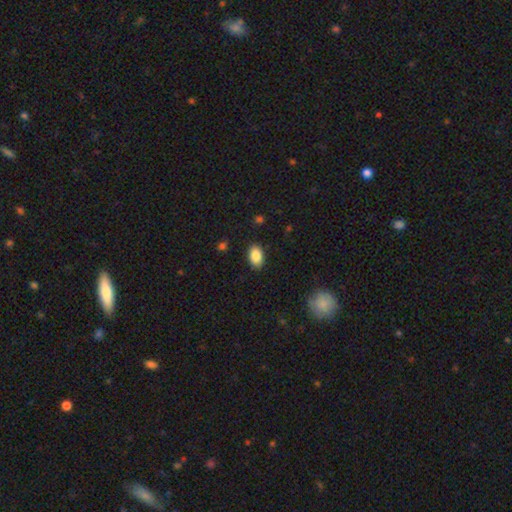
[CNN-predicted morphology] smooth-or-featured: smooth: 88% | star or artifact: 8% | featured or disk: 4%
  how-rounded: in between: 90% | round: 9% | cigar-shaped: 1%
  merging: none: 88% | minor disturbance: 9% | major disturbance: 2% | merger: 1%